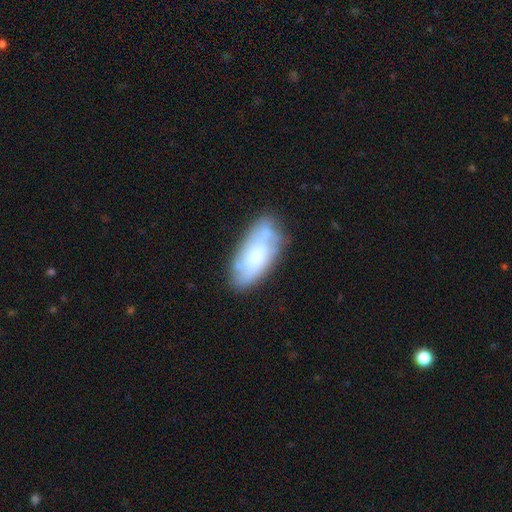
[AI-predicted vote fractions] Smooth or featured: smooth — 51% (featured or disk — 41%)
How rounded: in between — 88% (cigar-shaped — 10%)
Merging: none — 63% (minor disturbance — 23%)